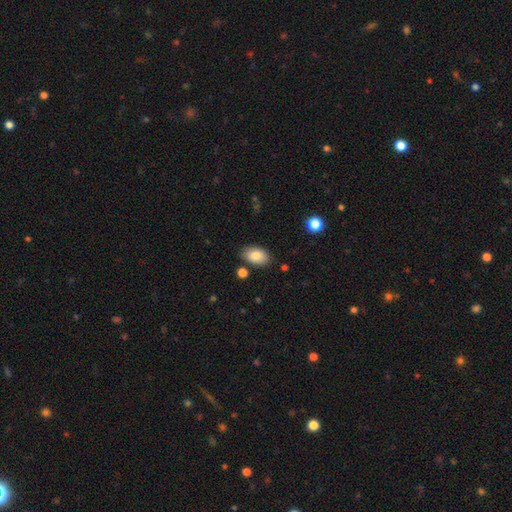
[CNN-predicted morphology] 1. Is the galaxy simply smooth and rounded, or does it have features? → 84% smooth, 9% featured or disk, 7% star or artifact.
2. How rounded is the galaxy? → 92% in between, 6% round, 1% cigar-shaped.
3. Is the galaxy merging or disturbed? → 84% none, 11% minor disturbance, 3% merger, 2% major disturbance.